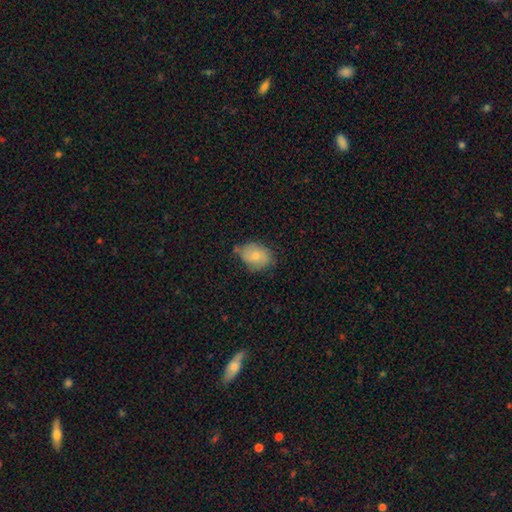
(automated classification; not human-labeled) Smooth or featured? smooth (72%)
How rounded? in between (65%)
Merging? none (55%)